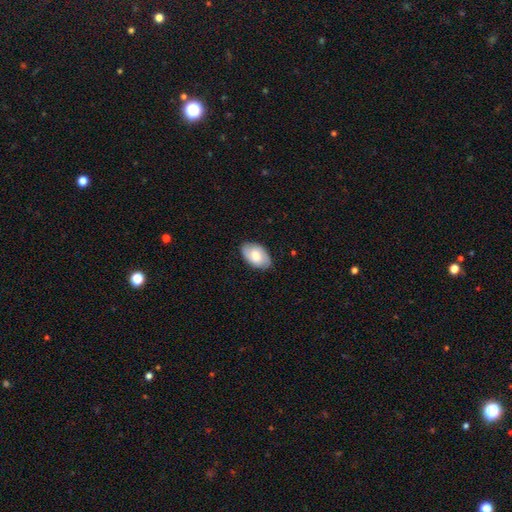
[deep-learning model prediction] Morphology: type=smooth (68%); roundness=in between (93%); merging=none (84%).